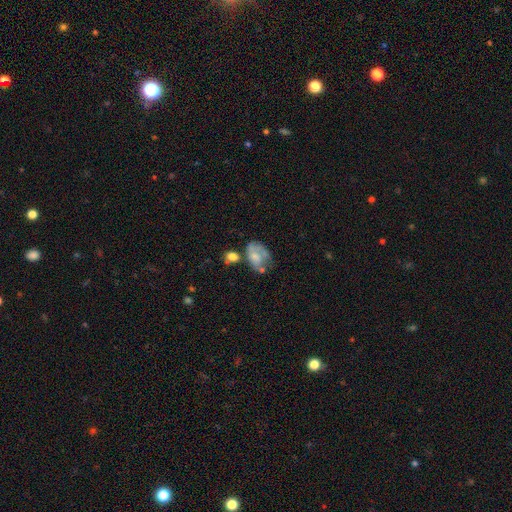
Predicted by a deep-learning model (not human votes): smooth-or-featured: smooth: 49% | featured or disk: 42% | star or artifact: 9%
  merging: none: 28% | major disturbance: 27% | minor disturbance: 25% | merger: 20%